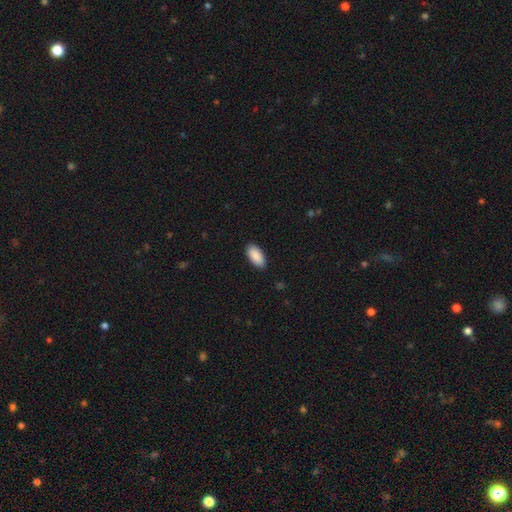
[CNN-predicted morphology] A smooth galaxy with no disk features (91%) that is in between round and cigar-shaped (94%). Merging: none (88%).